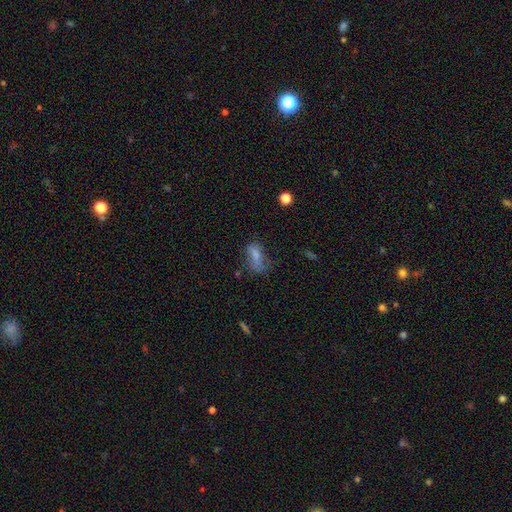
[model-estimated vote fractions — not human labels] Morphology: type=smooth (64%); roundness=in between (77%); merging=none (41%).